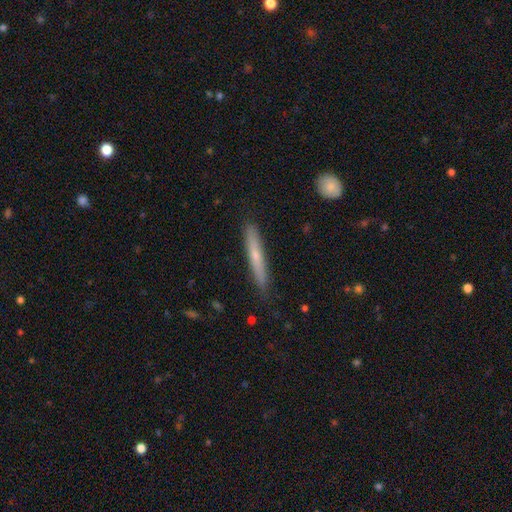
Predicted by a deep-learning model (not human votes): smooth 52%, featured or disk 42%, star or artifact 6%. Down the decision tree: how rounded — cigar-shaped (95%); merging — none (87%).